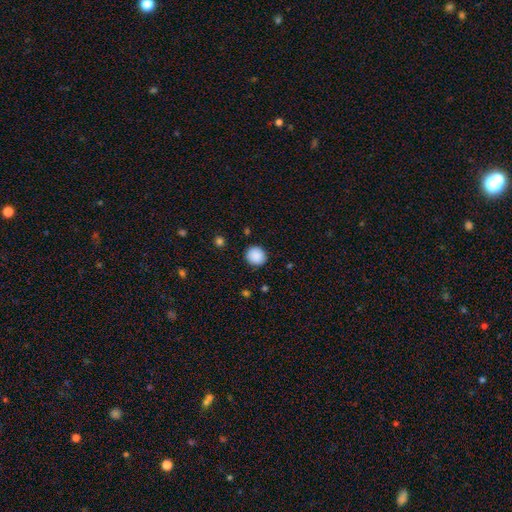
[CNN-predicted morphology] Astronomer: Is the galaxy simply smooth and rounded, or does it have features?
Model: smooth — 90%.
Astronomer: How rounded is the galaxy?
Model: round — 90%.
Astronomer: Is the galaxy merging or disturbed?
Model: none — 90%.